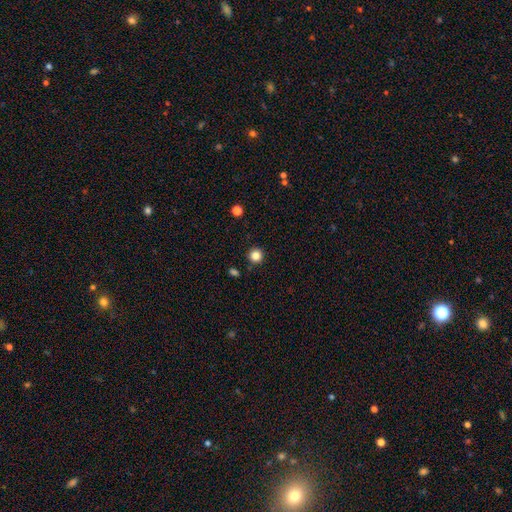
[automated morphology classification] type=smooth (84%); roundness=round (95%); merging=none (90%).